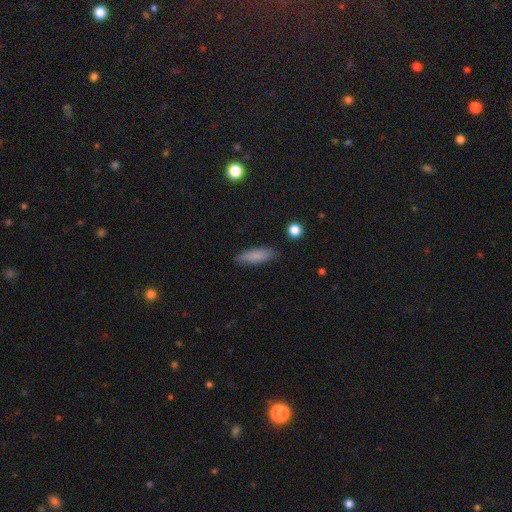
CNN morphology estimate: Smooth or featured? Predicted: smooth (p=0.83). How rounded? Predicted: cigar-shaped (p=0.54). Merging? Predicted: none (p=0.86).